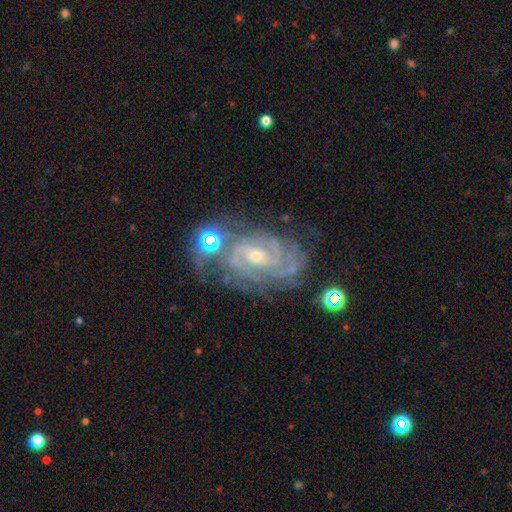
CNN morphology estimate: Smooth or featured? featured or disk (86%)
Edge-on disk? no (97%)
Bar? no (45%)
Spiral arms? yes (97%)
Spiral winding? tight (72%)
Spiral arm count? can't tell (28%)
Bulge size? small (58%)
Merging? none (60%)